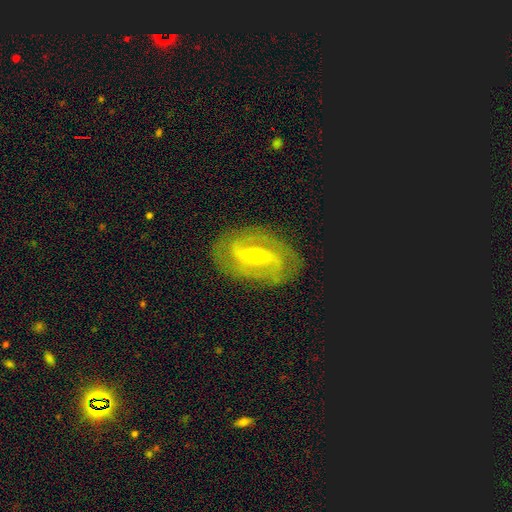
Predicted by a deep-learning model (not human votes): This is clearly a featured or disk galaxy (86%). It is clearly not viewed edge-on (94%). Bar: possibly strong (54%). Spiral arm pattern: clearly yes (91%). Spiral arm count: likely 2 (74%). Spiral winding: marginally tight (42%, tied with medium). Central bulge: likely small (64%). Merging: clearly none (81%).